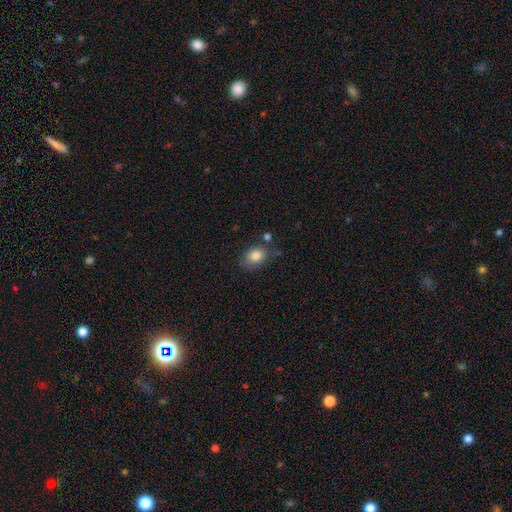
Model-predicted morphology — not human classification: A smooth galaxy with no disk features (82%) that is in between round and cigar-shaped (72%).

Vote fractions:
- Smooth or featured? smooth: 82% / featured or disk: 10% / star or artifact: 8%
- How rounded? in between: 72% / round: 27% / cigar-shaped: 1%
- Merging? none: 64% / minor disturbance: 22% / merger: 8% / major disturbance: 7%